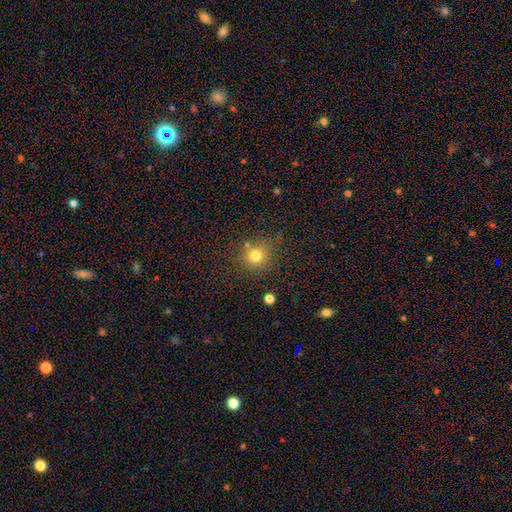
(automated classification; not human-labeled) The model was most divided on "smooth or featured": smooth: 76%, star or artifact: 17%, featured or disk: 8%. More confident: how rounded — round (89%); merging — none (81%).